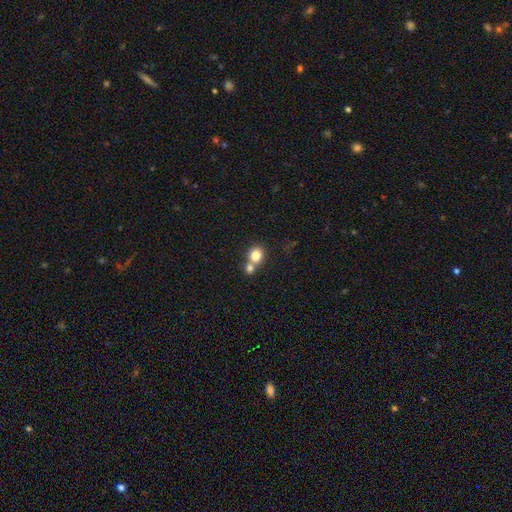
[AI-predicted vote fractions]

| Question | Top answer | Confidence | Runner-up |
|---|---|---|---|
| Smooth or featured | smooth | 80% | star or artifact (11%) |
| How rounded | round | 80% | in between (19%) |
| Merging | merger | 50% | none (42%) |